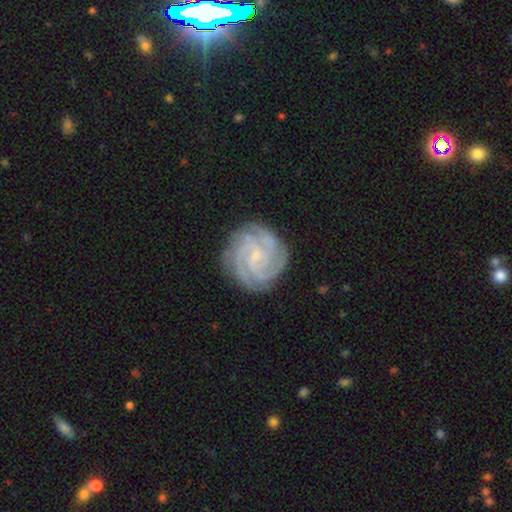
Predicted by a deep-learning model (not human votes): A featured or disk galaxy (88%) with no bar (57%), 4 (40%) tight (79%) spiral arms (98%) and a small central bulge (78%). Merging: none (84%).